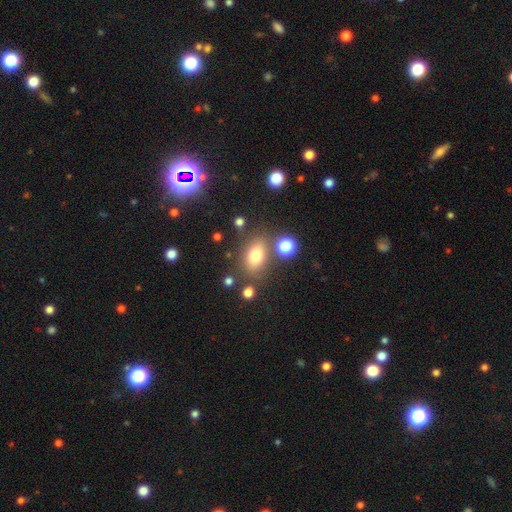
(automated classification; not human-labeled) Overall: smooth (73%). How rounded: in between (77%). Merging: none (73%).